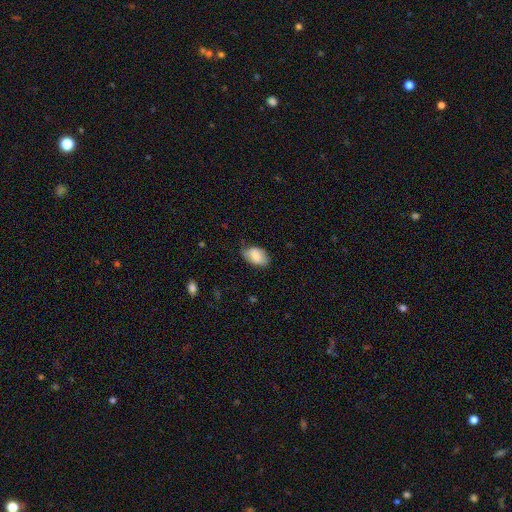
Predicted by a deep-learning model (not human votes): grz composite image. It shows a smooth galaxy with no disk features (79%) that is in between round and cigar-shaped (90%). Merging: none (64%).